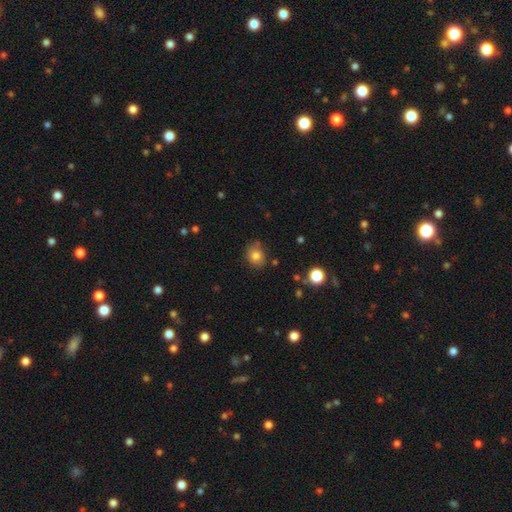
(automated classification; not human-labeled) A smooth galaxy with no disk features (80%) that is round (59%). Merging: none (72%).